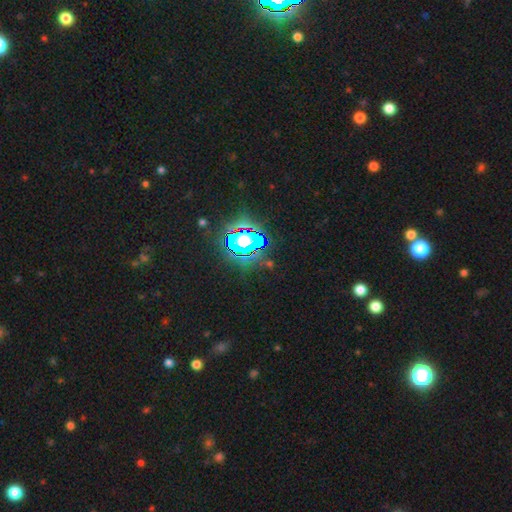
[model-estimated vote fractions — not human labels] smooth_or_featured: star or artifact (p=0.85) [alt: smooth p=0.09]